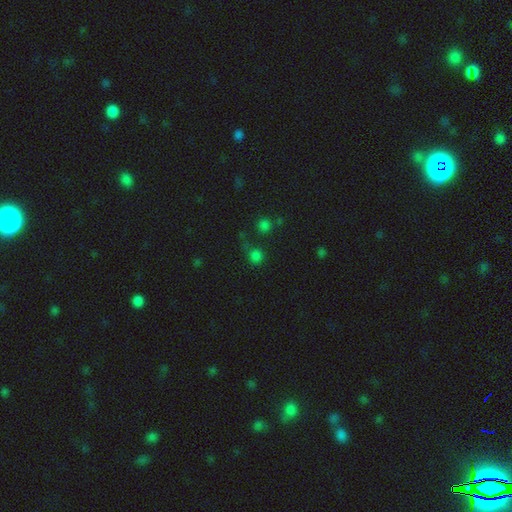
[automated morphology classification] smooth-or-featured: smooth: 68% | star or artifact: 27% | featured or disk: 5%
  how-rounded: round: 88% | in between: 11% | cigar-shaped: 1%
  merging: none: 68% | minor disturbance: 13% | merger: 13% | major disturbance: 7%